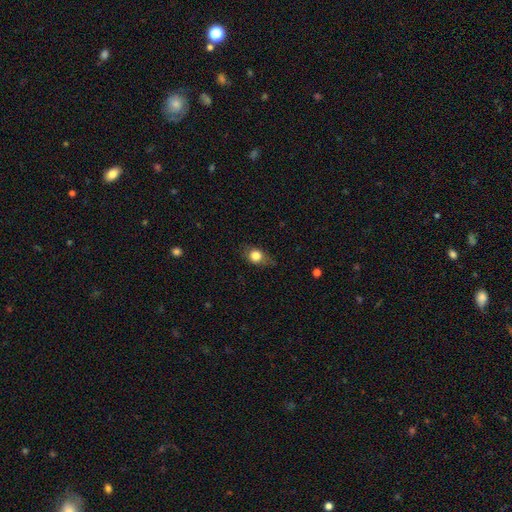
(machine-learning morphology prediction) type=smooth (75%); roundness=round (51%); merging=none (68%).